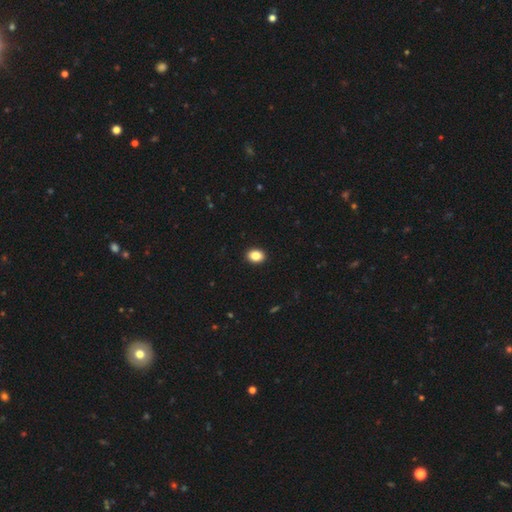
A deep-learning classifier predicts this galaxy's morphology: Q: Smooth or featured?
A: smooth (87%); runner-up: star or artifact (9%)
Q: How rounded?
A: in between (66%); runner-up: round (33%)
Q: Merging?
A: none (92%); runner-up: minor disturbance (6%)